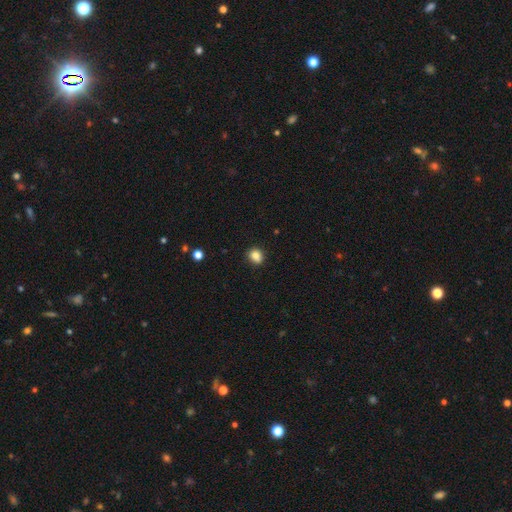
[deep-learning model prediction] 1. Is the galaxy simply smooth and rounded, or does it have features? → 84% smooth, 11% star or artifact, 5% featured or disk.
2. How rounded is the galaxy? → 64% round, 35% in between, 1% cigar-shaped.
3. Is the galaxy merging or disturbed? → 84% none, 12% minor disturbance, 2% major disturbance, 2% merger.